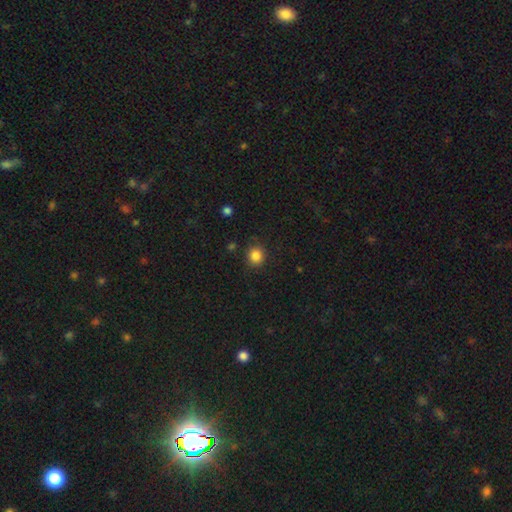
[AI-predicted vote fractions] The model was most divided on "how rounded": round: 85%, in between: 14%, cigar-shaped: 1%. More confident: merging — none (87%); smooth or featured — smooth (85%).